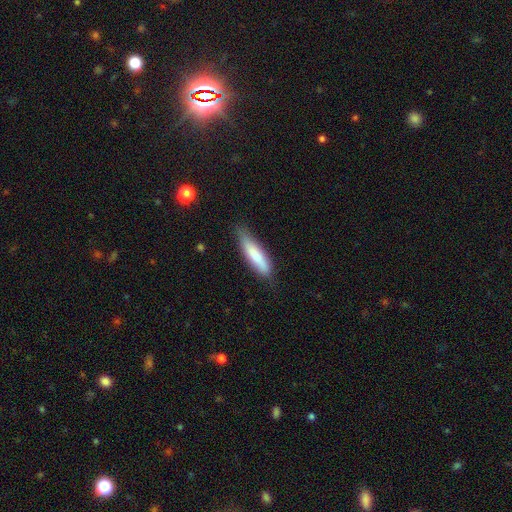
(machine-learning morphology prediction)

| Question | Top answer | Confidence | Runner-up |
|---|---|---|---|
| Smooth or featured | smooth | 77% | featured or disk (17%) |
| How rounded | cigar-shaped | 70% | in between (29%) |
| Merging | none | 71% | minor disturbance (23%) |